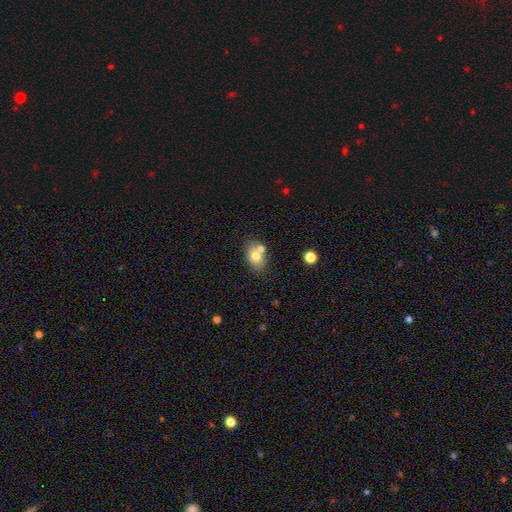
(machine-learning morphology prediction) The model was most divided on "merging": none: 61%, merger: 22%, minor disturbance: 14%, major disturbance: 4%. More confident: how rounded — in between (77%); smooth or featured — smooth (71%).